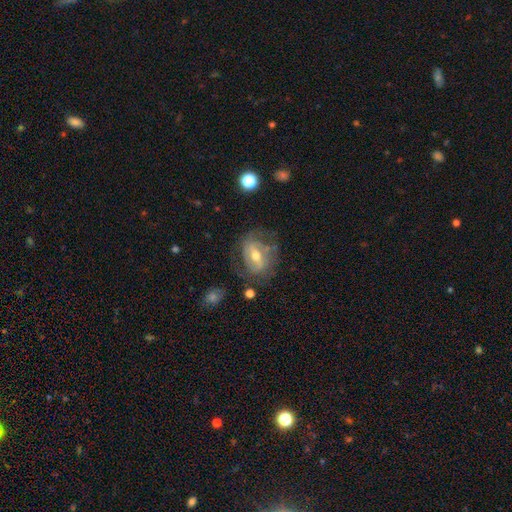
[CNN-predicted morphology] smooth-or-featured: featured or disk: 71% | smooth: 22% | star or artifact: 7%
  disk-edge-on: no: 93% | yes: 7%
    bar: strong: 40% (tied) | weak: 40% (tied) | no: 20%
    has-spiral-arms: yes: 70% | no: 30%
    bulge-size: moderate: 68% | small: 25% | large: 5% | none: 1% | dominant: 1%
  merging: none: 55% | minor disturbance: 23% | major disturbance: 19% | merger: 3%